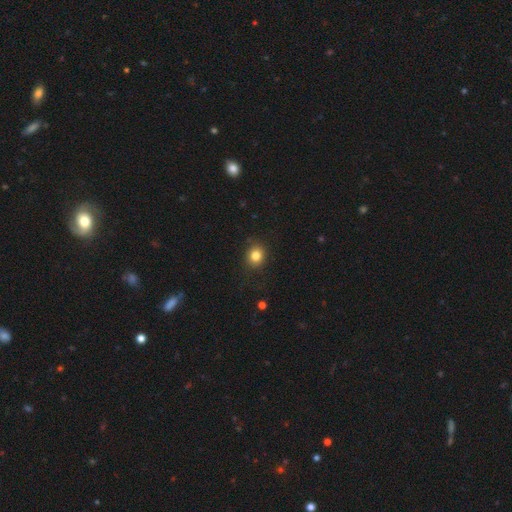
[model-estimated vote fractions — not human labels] The model was most divided on "how rounded": round: 74%, in between: 25%, cigar-shaped: 1%. More confident: merging — none (86%); smooth or featured — smooth (83%).